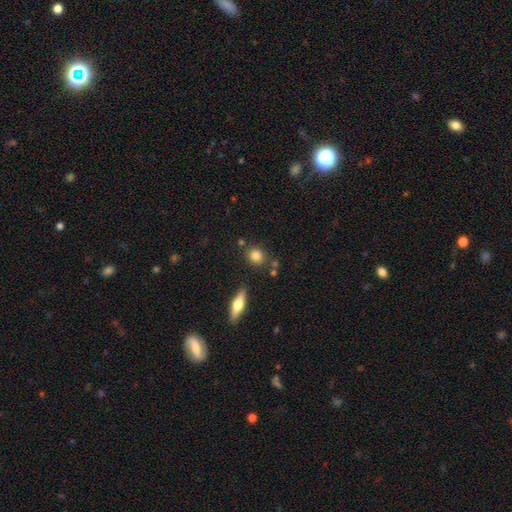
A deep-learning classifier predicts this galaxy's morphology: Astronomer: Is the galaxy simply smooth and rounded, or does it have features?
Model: smooth — 81%.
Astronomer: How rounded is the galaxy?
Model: round — 76%.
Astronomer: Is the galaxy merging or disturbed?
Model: none — 80%.